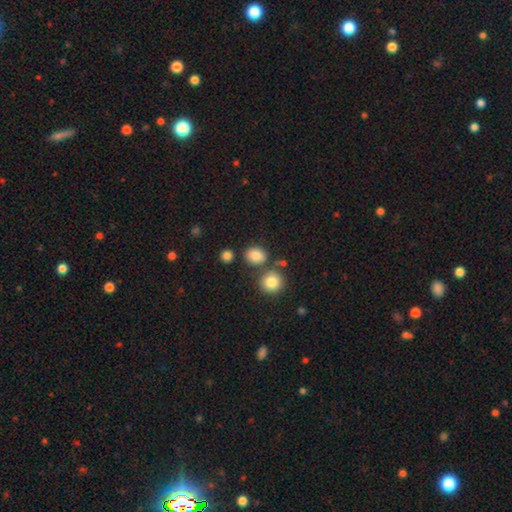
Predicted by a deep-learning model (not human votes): This is clearly a smooth galaxy (83%). How rounded: likely round (61%). Merging: likely none (75%).